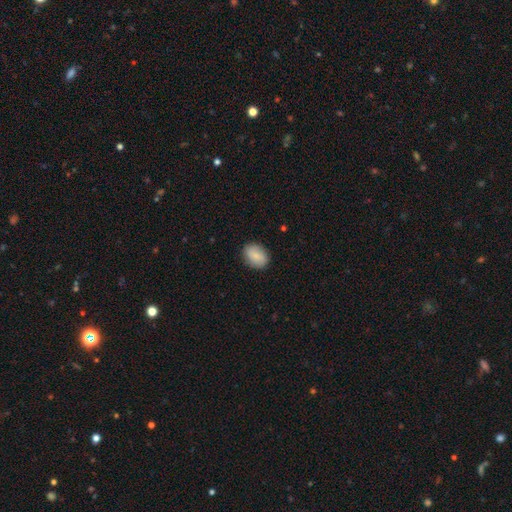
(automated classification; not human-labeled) Overall: smooth (80%). How rounded: in between (70%). Merging: none (86%).